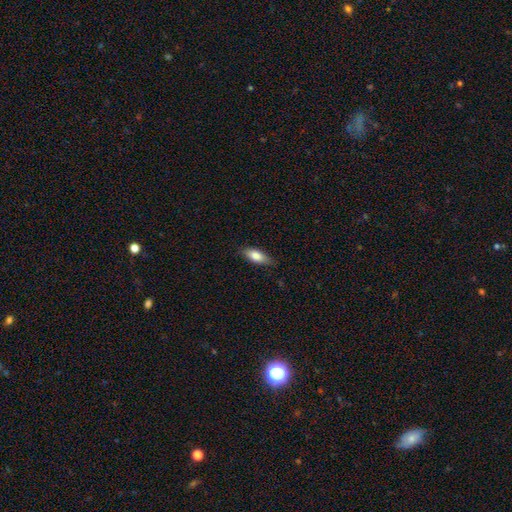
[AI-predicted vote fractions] Q: Smooth or featured?
A: smooth (80%); runner-up: featured or disk (14%)
Q: How rounded?
A: in between (75%); runner-up: cigar-shaped (23%)
Q: Merging?
A: none (81%); runner-up: minor disturbance (15%)